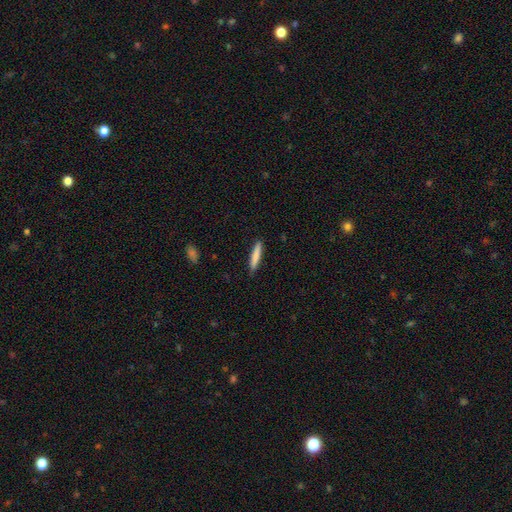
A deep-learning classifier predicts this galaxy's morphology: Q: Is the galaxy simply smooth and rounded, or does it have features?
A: smooth — 80%.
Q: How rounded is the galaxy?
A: cigar-shaped — 92%.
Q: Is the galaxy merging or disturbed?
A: none — 89%.